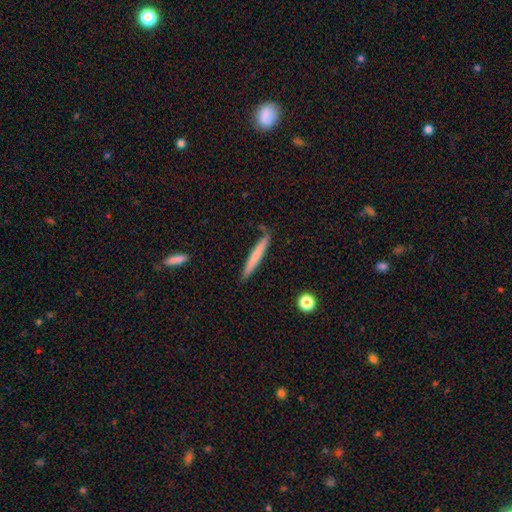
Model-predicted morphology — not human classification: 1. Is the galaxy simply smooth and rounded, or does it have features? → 68% smooth, 26% featured or disk, 5% star or artifact.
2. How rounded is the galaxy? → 96% cigar-shaped, 3% in between, 1% round.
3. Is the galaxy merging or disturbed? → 87% none, 10% minor disturbance, 2% merger, 2% major disturbance.